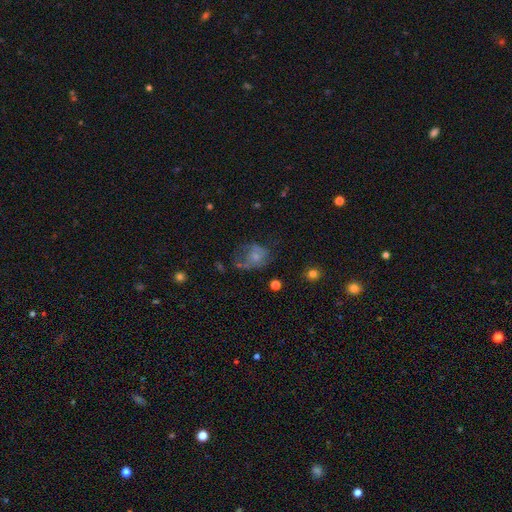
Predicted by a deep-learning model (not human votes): Smooth or featured: smooth — 53% (featured or disk — 35%)
How rounded: in between — 50% (round — 49%)
Merging: major disturbance — 39% (none — 29%)